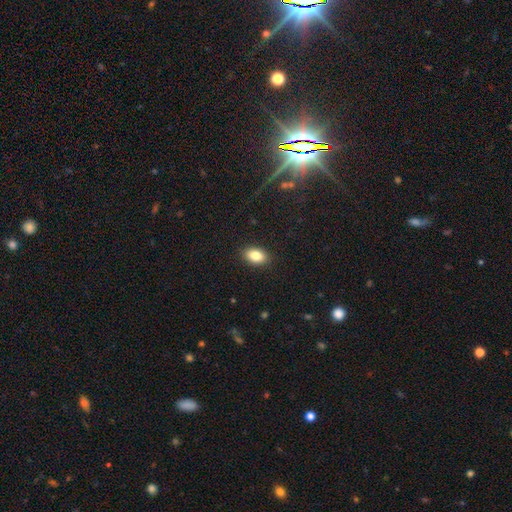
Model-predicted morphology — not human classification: smooth_or_featured: smooth (p=0.84) [alt: star or artifact p=0.08]
how_rounded: in between (p=0.89) [alt: round p=0.09]
merging: none (p=0.89) [alt: minor disturbance p=0.08]